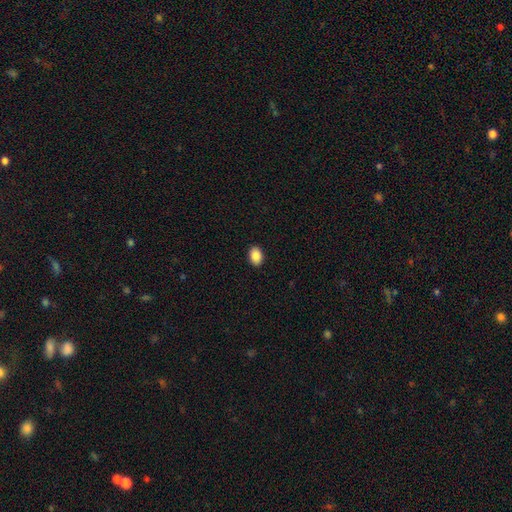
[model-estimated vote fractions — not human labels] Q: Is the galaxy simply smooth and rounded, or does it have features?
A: smooth — 89%.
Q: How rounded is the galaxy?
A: in between — 79%.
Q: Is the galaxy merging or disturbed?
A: none — 91%.